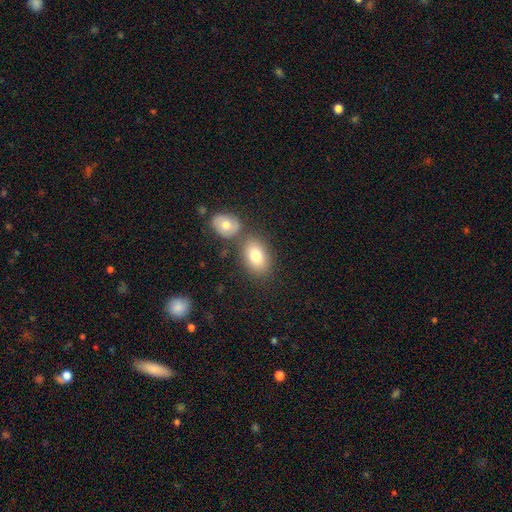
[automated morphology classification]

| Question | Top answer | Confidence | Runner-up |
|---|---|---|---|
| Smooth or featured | smooth | 78% | featured or disk (13%) |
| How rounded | in between | 83% | round (16%) |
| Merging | none | 62% | merger (22%) |